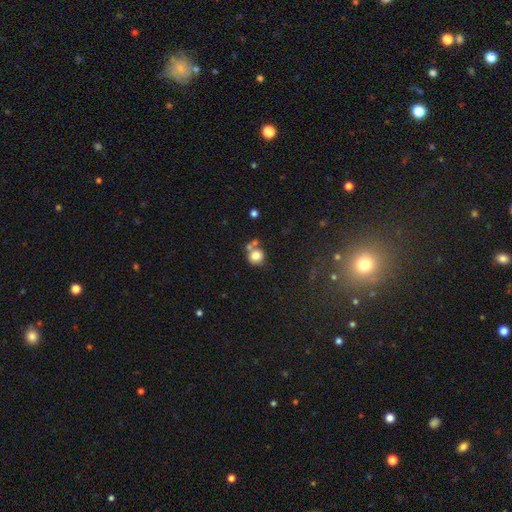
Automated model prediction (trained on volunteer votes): smooth-or-featured: smooth: 79% | star or artifact: 11% | featured or disk: 10%
  how-rounded: round: 86% | in between: 13% | cigar-shaped: 1%
  merging: none: 51% | merger: 31% | minor disturbance: 13% | major disturbance: 6%